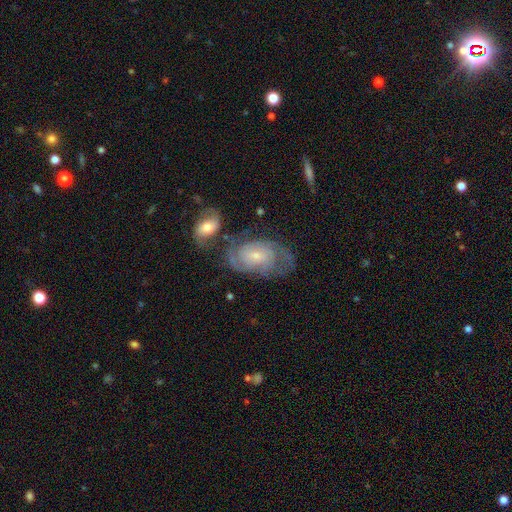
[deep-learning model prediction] Smooth or featured? featured or disk (75%)
Edge-on disk? no (96%)
Bar? no (62%)
Spiral arms? yes (92%)
Spiral winding? tight (55%)
Spiral arm count? 2 (44%)
Bulge size? small (67%)
Merging? none (54%)